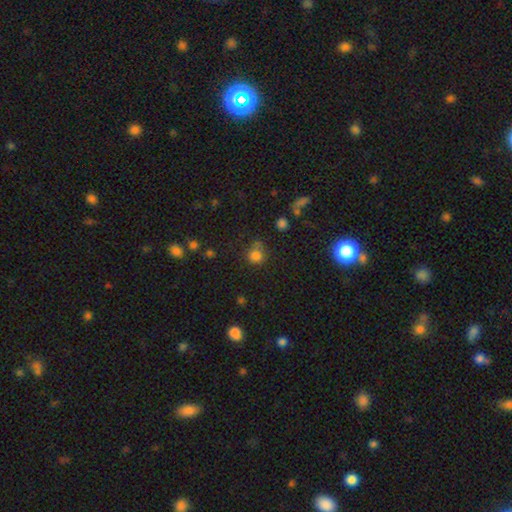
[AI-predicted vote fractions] Morphology: type=smooth (76%); roundness=round (81%); merging=none (56%).